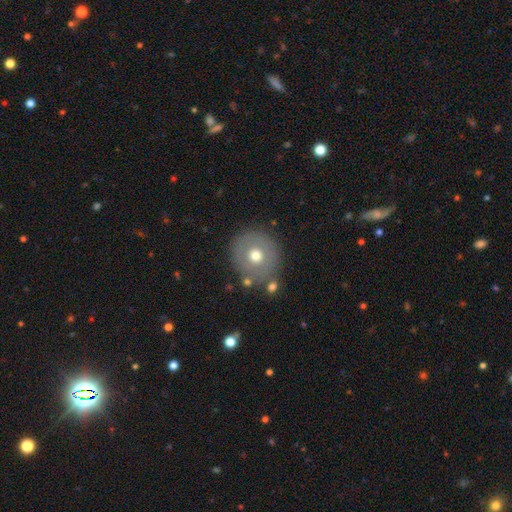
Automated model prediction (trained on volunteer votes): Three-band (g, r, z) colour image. It shows a smooth galaxy with no disk features (60%) that is round (91%). Merging: none (80%).